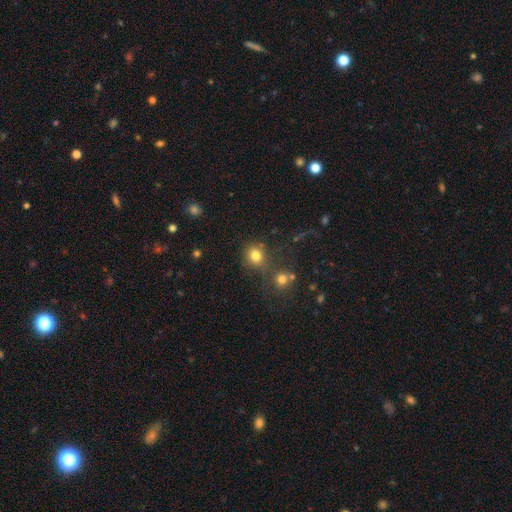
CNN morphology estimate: The model was most divided on "merging": none: 67%, merger: 16%, minor disturbance: 11%, major disturbance: 6%. More confident: how rounded — round (85%); smooth or featured — smooth (78%).